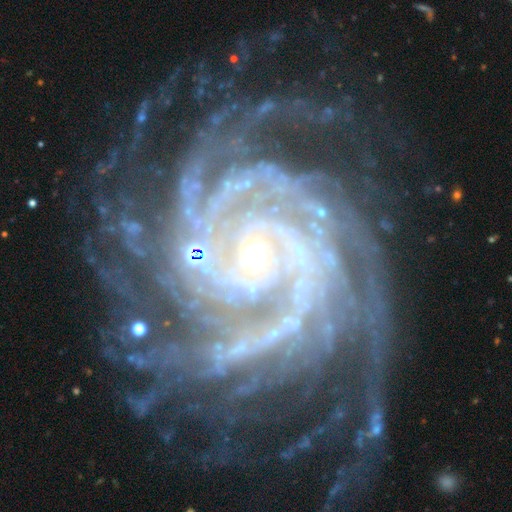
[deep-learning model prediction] The model was most divided on "spiral arm count": more than 4: 29%, 4: 21%, can't tell: 14%, 3: 14%, 2: 12%, 1: 10%. More confident: spiral arms — yes (99%); edge-on disk — no (98%); smooth or featured — featured or disk (93%); spiral winding — tight (77%); bulge size — small (72%); merging — none (69%); bar — no (58%).